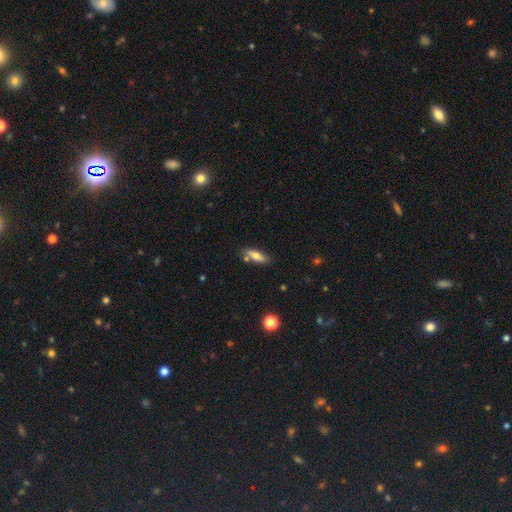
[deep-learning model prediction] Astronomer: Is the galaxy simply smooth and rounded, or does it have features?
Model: smooth — 68%.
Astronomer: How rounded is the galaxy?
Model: in between — 56% (runner-up: cigar-shaped, 41%).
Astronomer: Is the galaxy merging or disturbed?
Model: none — 72%.